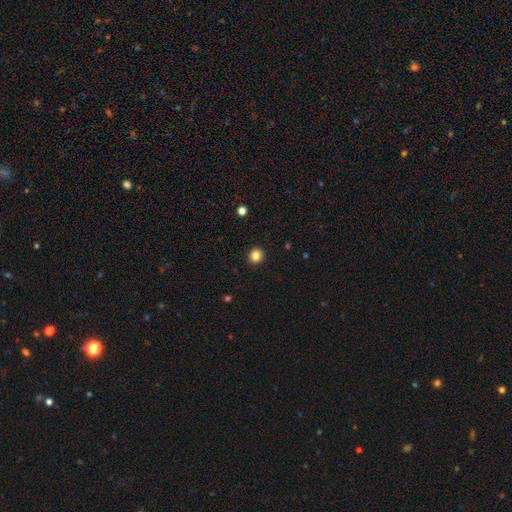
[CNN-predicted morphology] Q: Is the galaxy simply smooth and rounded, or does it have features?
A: smooth — 85%.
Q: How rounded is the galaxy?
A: round — 90%.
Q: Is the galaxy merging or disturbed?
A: none — 93%.